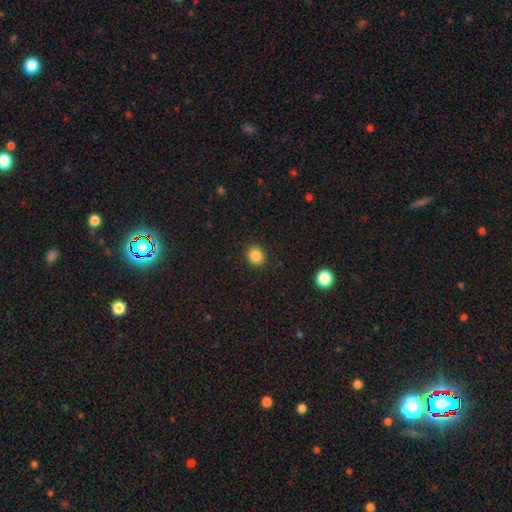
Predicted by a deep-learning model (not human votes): smooth_or_featured: smooth (p=0.85) [alt: star or artifact p=0.11]
how_rounded: round (p=0.81) [alt: in between p=0.18]
merging: none (p=0.91) [alt: minor disturbance p=0.06]